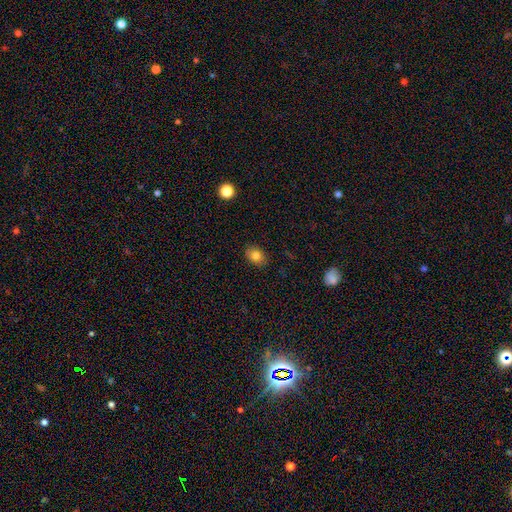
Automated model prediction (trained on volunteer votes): Smooth or featured?
  - smooth: 82% *
  - star or artifact: 10%
  - featured or disk: 8%
How rounded?
  - in between: 67% *
  - round: 32%
  - cigar-shaped: 1%
Merging?
  - none: 86% *
  - minor disturbance: 10%
  - major disturbance: 2%
  - merger: 1%